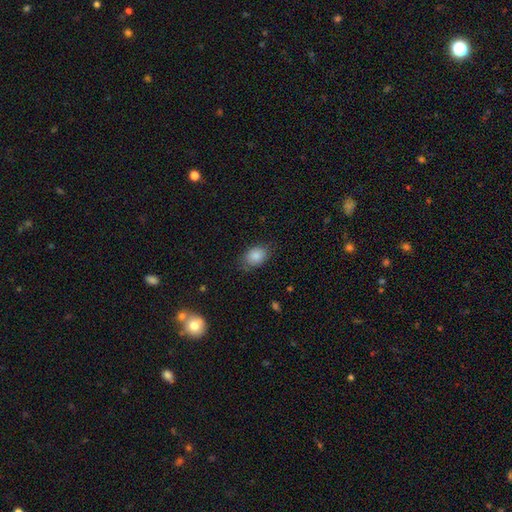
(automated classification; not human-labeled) This appears to be a smooth galaxy with no disk features (86%) that is in between round and cigar-shaped (76%). Merging: none (74%).